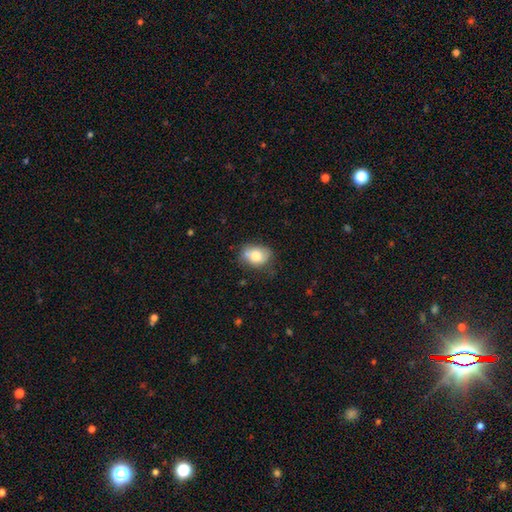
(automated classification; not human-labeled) smooth 75%, featured or disk 17%, star or artifact 8%. Down the decision tree: how rounded — in between (67%); merging — none (54%).